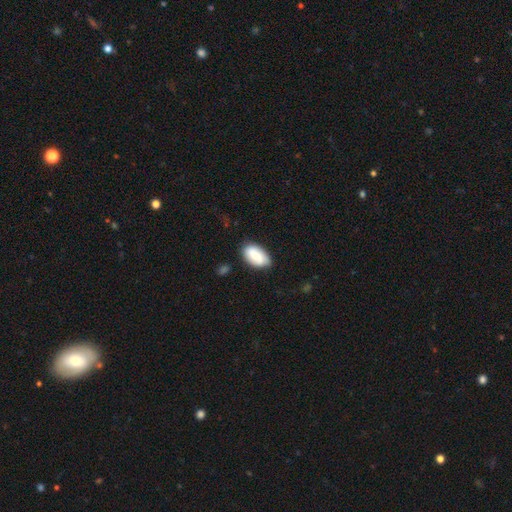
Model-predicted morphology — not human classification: This is likely a smooth galaxy (72%). How rounded: clearly in between (93%). Merging: likely none (73%).